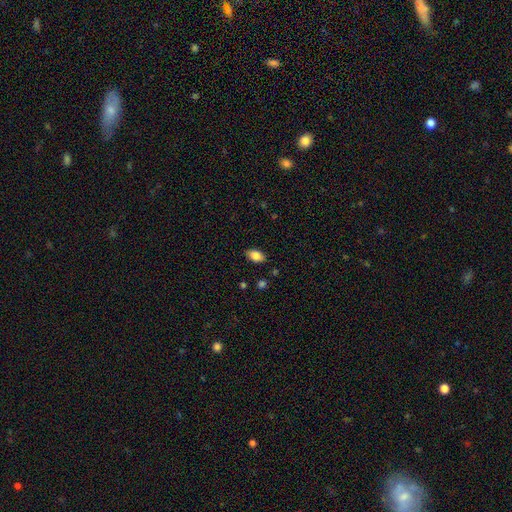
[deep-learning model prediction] A smooth galaxy with no disk features (85%) that is in between round and cigar-shaped (92%). Merging: none (86%).